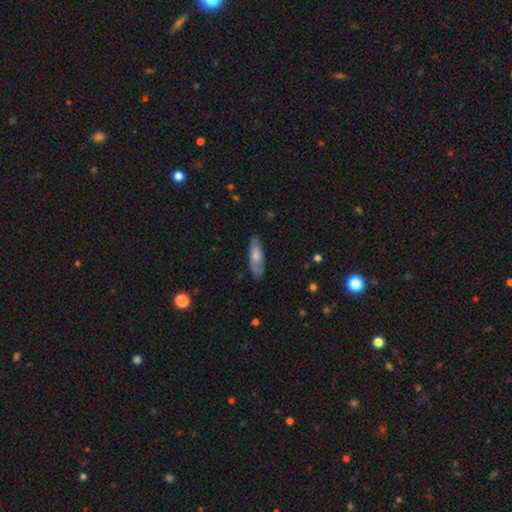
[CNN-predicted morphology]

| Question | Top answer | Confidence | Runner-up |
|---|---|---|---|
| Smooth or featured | smooth | 67% | featured or disk (27%) |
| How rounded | in between | 54% | cigar-shaped (44%) |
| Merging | none | 75% | minor disturbance (19%) |